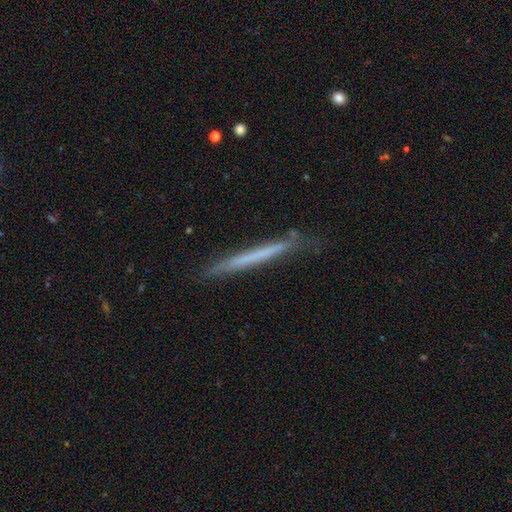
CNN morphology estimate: Smooth or featured: smooth — 49% (featured or disk — 44%)
Merging: none — 81% (minor disturbance — 15%)